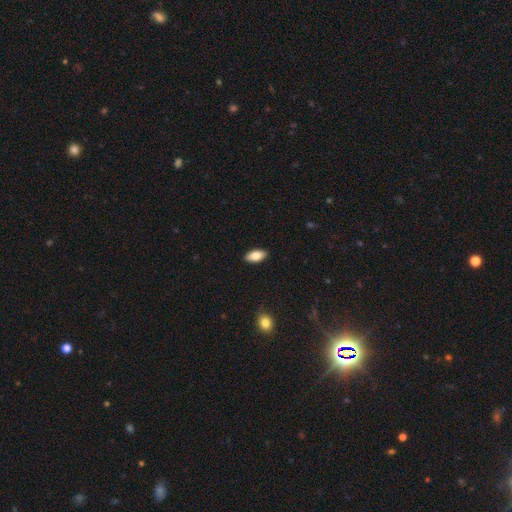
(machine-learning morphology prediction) Smooth or featured? Predicted: smooth (p=0.83). How rounded? Predicted: in between (p=0.91). Merging? Predicted: none (p=0.90).